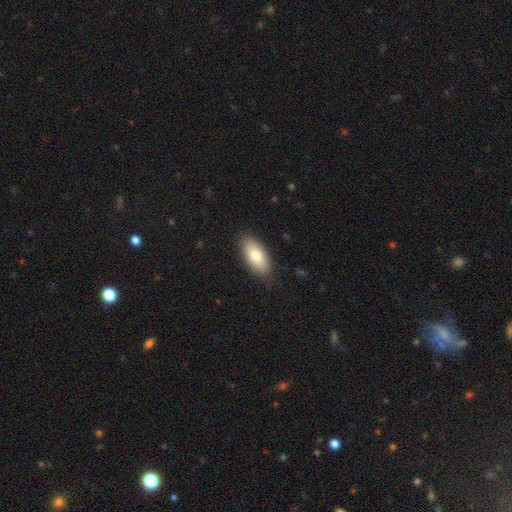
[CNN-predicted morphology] A smooth galaxy with no disk features (81%) that is in between round and cigar-shaped (89%).

Vote fractions:
- Smooth or featured? smooth: 81% / featured or disk: 13% / star or artifact: 6%
- How rounded? in between: 89% / cigar-shaped: 9% / round: 2%
- Merging? none: 84% / minor disturbance: 13% / major disturbance: 3% / merger: 1%